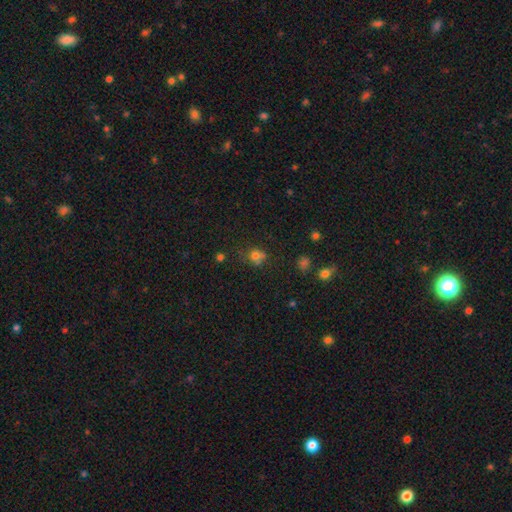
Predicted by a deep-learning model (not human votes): This appears to be a smooth galaxy with no disk features (72%) that is round (79%). Merging: none (55%).